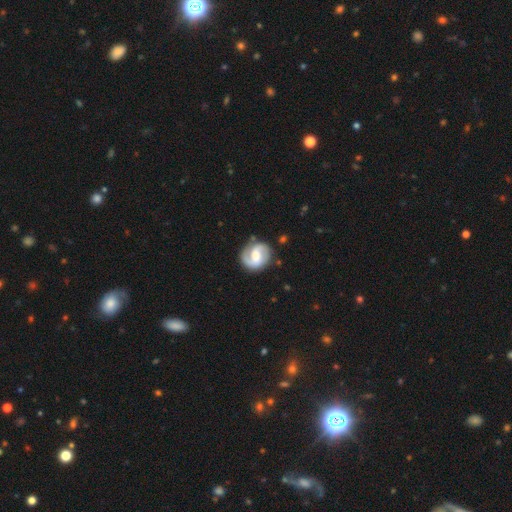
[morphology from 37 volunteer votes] A featured or disk galaxy (81%) with a weak bar (50%), 2 (82%) medium (57%) spiral arms (93%) and a moderate central bulge (50%).

Vote fractions:
- Smooth or featured? featured or disk: 81% / smooth: 14% / star or artifact: 5%
- Edge-on disk? no: 100% / yes: 0%
- Bar? weak: 50% / no: 33% / strong: 17%
- Spiral arms? yes: 93% / no: 7%
- Spiral winding? medium: 57% / tight: 29% / loose: 14%
- Spiral arm count? 2: 82% / can't tell: 14% / 1: 4% / 3: 0% / 4: 0% / more than 4: 0%
- Bulge size? moderate: 50% / small: 30% / large: 17% / none: 3% / dominant: 0%
- Merging? none: 86% / minor disturbance: 11% / major disturbance: 3% / merger: 0%